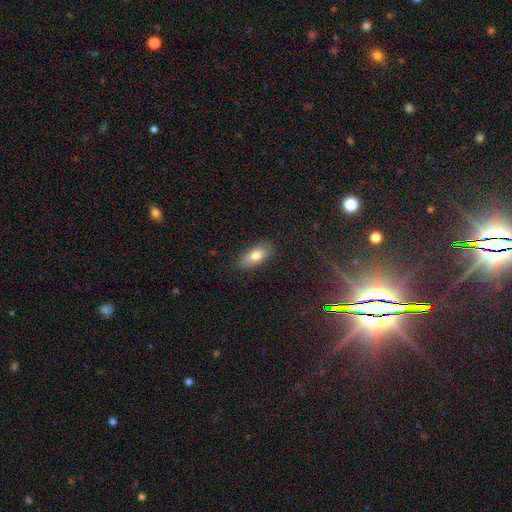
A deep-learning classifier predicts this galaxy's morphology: Q: Smooth or featured?
A: smooth (78%); runner-up: featured or disk (15%)
Q: How rounded?
A: in between (86%); runner-up: cigar-shaped (11%)
Q: Merging?
A: none (86%); runner-up: minor disturbance (10%)